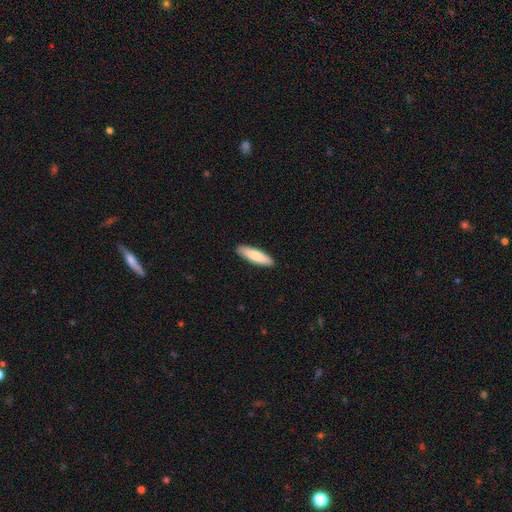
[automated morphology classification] A smooth galaxy with no disk features (81%) that is cigar-shaped (67%). Merging: none (91%).